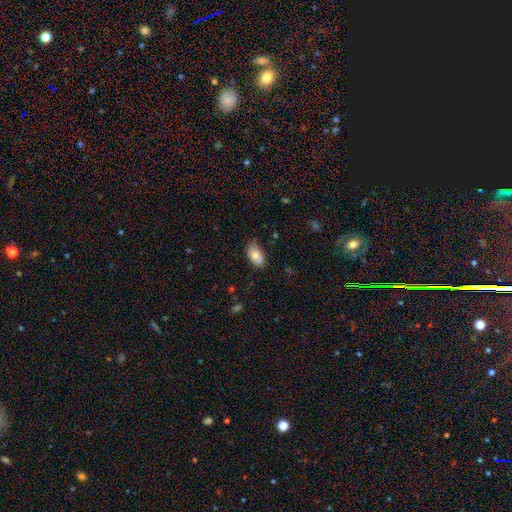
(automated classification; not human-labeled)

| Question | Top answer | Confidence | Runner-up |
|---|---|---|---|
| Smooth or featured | smooth | 77% | featured or disk (15%) |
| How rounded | in between | 93% | round (5%) |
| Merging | none | 69% | minor disturbance (26%) |